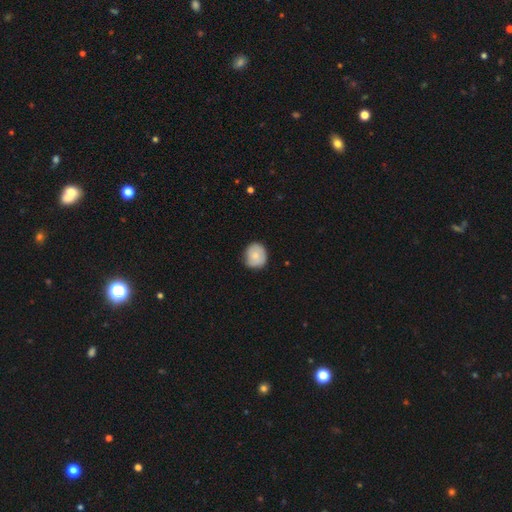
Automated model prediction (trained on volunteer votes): Overall: smooth (73%). How rounded: round (78%). Merging: none (76%).